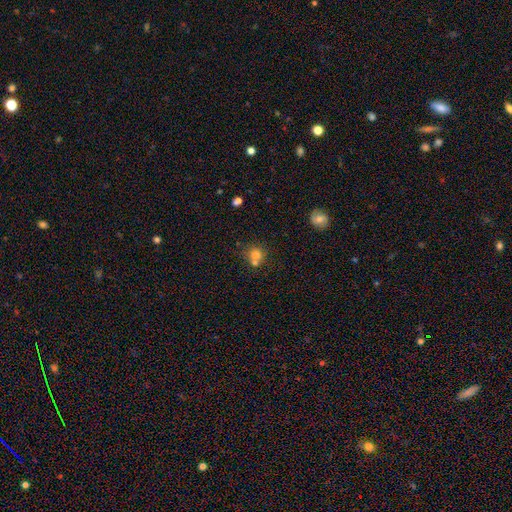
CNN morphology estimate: Smooth or featured: smooth — 75% (star or artifact — 13%)
How rounded: round — 86% (in between — 13%)
Merging: none — 48% (merger — 39%)